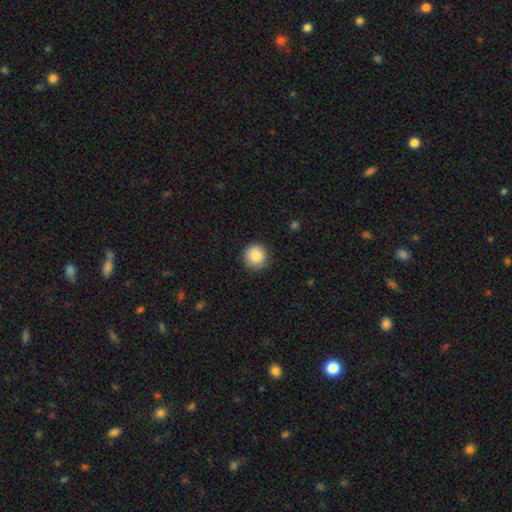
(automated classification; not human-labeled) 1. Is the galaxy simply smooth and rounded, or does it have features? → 87% smooth, 8% star or artifact, 4% featured or disk.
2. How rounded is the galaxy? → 95% round, 4% in between, 1% cigar-shaped.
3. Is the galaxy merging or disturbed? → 89% none, 8% minor disturbance, 2% major disturbance, 1% merger.